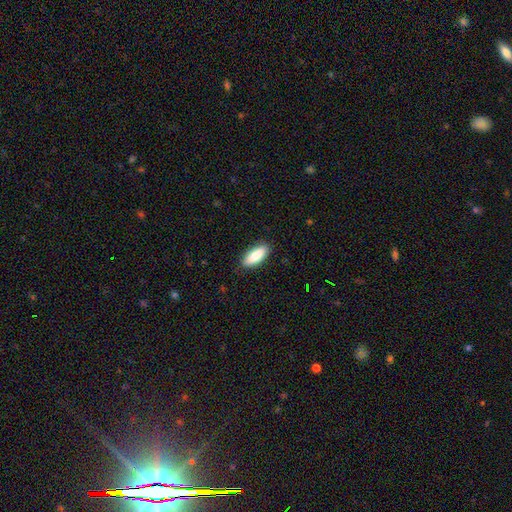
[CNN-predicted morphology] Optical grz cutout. It shows a smooth galaxy with no disk features (87%) that is in between round and cigar-shaped (75%). Merging: none (87%).